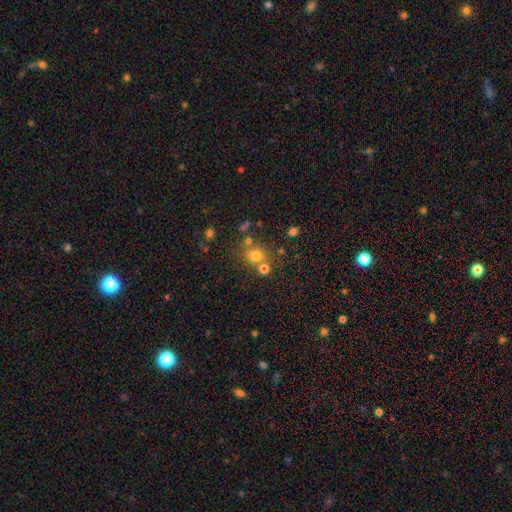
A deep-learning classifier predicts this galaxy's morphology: Smooth or featured: smooth — 71% (star or artifact — 19%)
How rounded: round — 82% (in between — 17%)
Merging: none — 67% (merger — 19%)